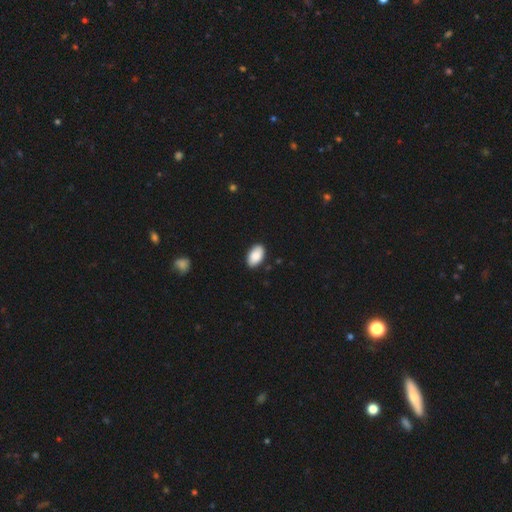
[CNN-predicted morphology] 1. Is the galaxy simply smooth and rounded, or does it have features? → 89% smooth, 6% star or artifact, 5% featured or disk.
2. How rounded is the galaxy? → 95% in between, 4% round, 1% cigar-shaped.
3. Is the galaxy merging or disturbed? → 88% none, 10% minor disturbance, 2% major disturbance, 1% merger.